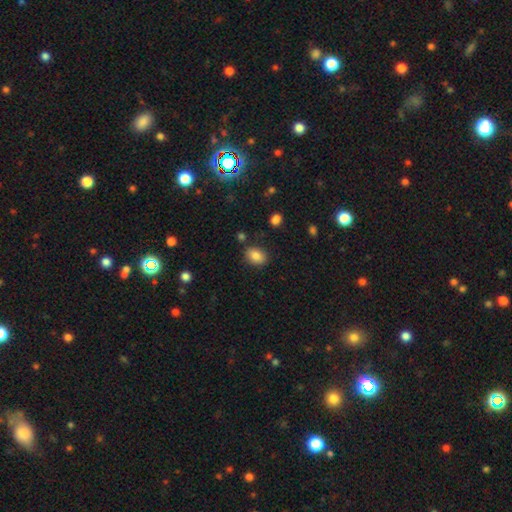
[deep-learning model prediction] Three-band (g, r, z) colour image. It shows a smooth galaxy with no disk features (84%) that is in between round and cigar-shaped (71%). Merging: none (82%).